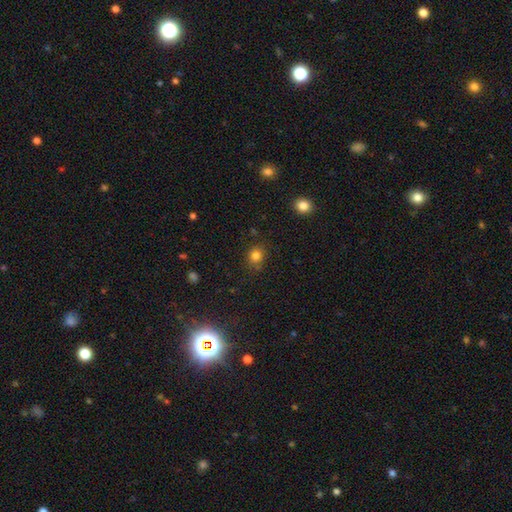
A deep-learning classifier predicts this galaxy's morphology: smooth_or_featured: smooth (p=0.81) [alt: star or artifact p=0.14]
how_rounded: round (p=0.75) [alt: in between p=0.24]
merging: none (p=0.80) [alt: minor disturbance p=0.14]